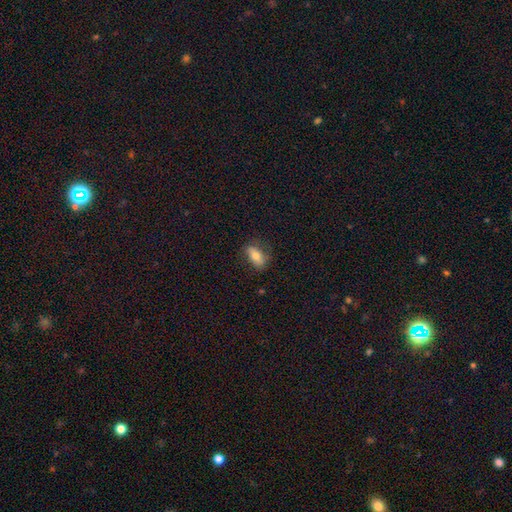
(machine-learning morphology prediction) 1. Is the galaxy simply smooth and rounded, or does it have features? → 68% smooth, 24% featured or disk, 8% star or artifact.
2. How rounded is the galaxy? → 80% in between, 14% cigar-shaped, 6% round.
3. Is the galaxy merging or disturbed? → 74% none, 19% minor disturbance, 6% major disturbance, 1% merger.